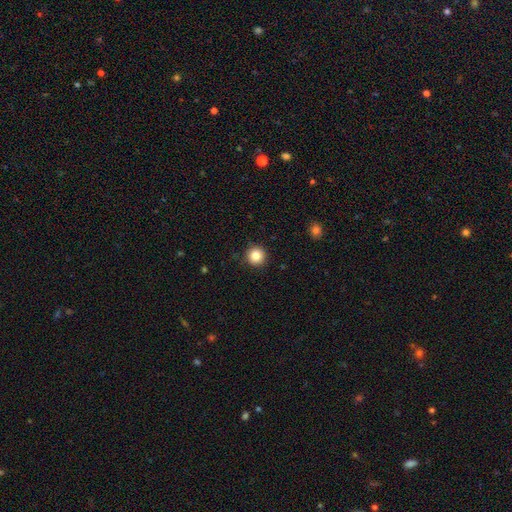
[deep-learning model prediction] Overall: smooth (85%). How rounded: round (95%). Merging: none (91%).